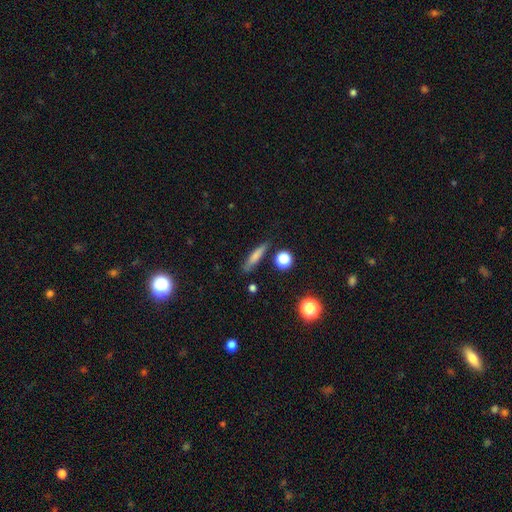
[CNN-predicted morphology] A smooth galaxy with no disk features (70%) that is cigar-shaped (81%). Merging: none (80%).